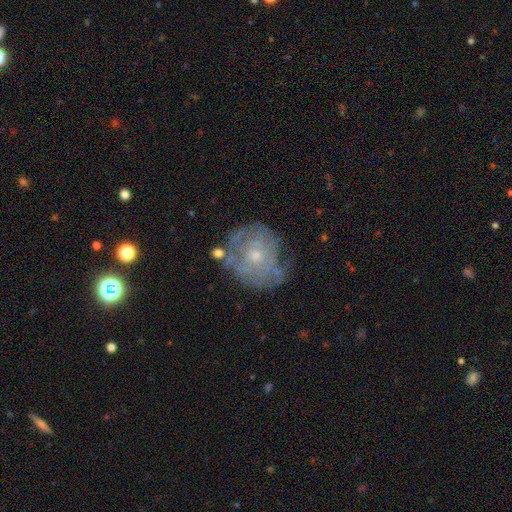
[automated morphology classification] Smooth or featured: featured or disk — 64% (smooth — 25%)
Edge-on disk: no — 97% (yes — 3%)
Bar: no — 84% (weak — 13%)
Spiral arms: yes — 57% (no — 43%)
Bulge size: small — 63% (moderate — 33%)
Merging: none — 62% (minor disturbance — 22%)